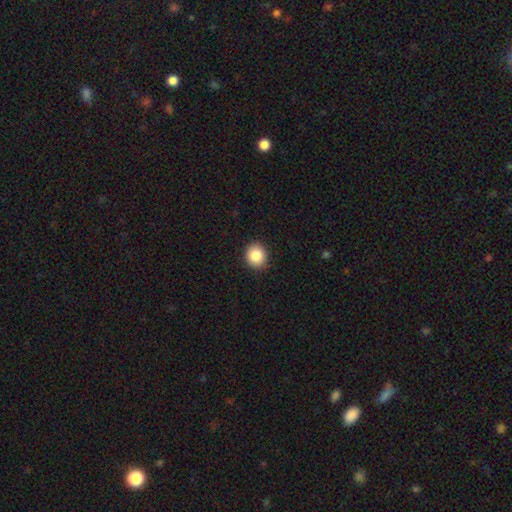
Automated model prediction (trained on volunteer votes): smooth-or-featured: smooth: 86% | star or artifact: 9% | featured or disk: 5%
  how-rounded: round: 83% | in between: 16% | cigar-shaped: 1%
  merging: none: 90% | minor disturbance: 7% | major disturbance: 2% | merger: 1%